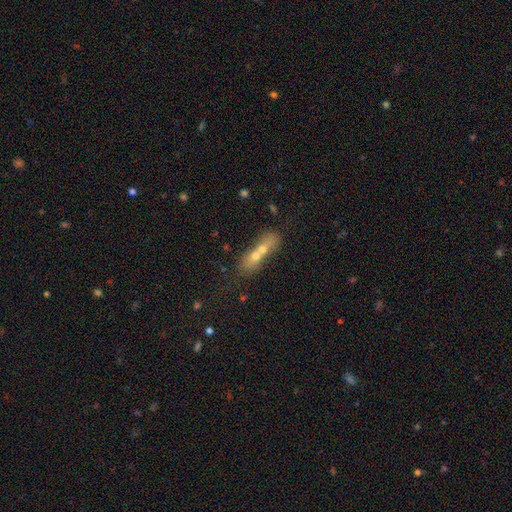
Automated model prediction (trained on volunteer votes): Smooth or featured? smooth (54%)
How rounded? in between (46%)
Merging? merger (59%)